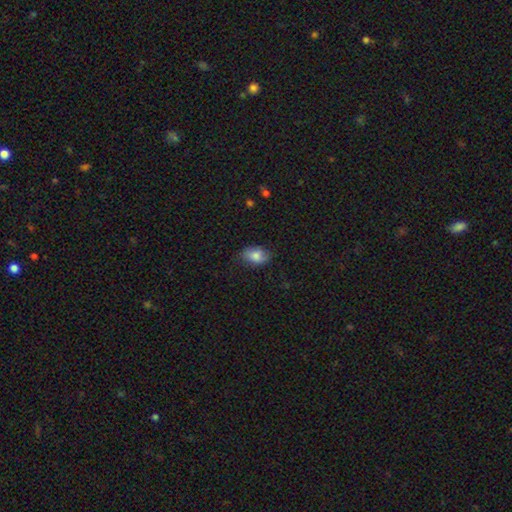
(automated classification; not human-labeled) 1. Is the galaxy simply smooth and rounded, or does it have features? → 82% smooth, 10% featured or disk, 8% star or artifact.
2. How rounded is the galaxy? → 86% in between, 12% round, 2% cigar-shaped.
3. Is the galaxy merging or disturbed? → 74% none, 21% minor disturbance, 4% major disturbance, 1% merger.